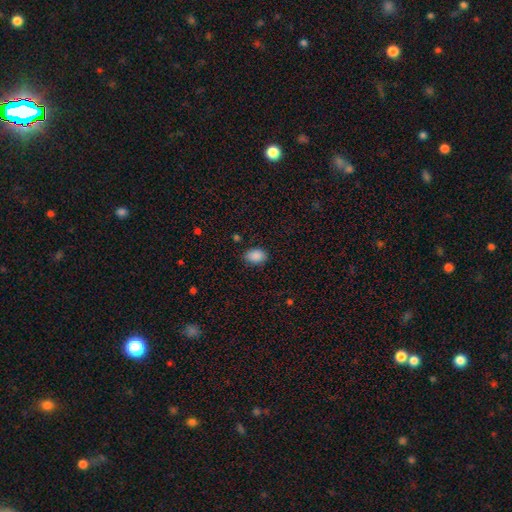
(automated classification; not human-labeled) Smooth or featured?
  - smooth: 88% *
  - star or artifact: 8%
  - featured or disk: 4%
How rounded?
  - in between: 78% *
  - round: 21%
  - cigar-shaped: 1%
Merging?
  - none: 81% *
  - minor disturbance: 14%
  - major disturbance: 3%
  - merger: 1%